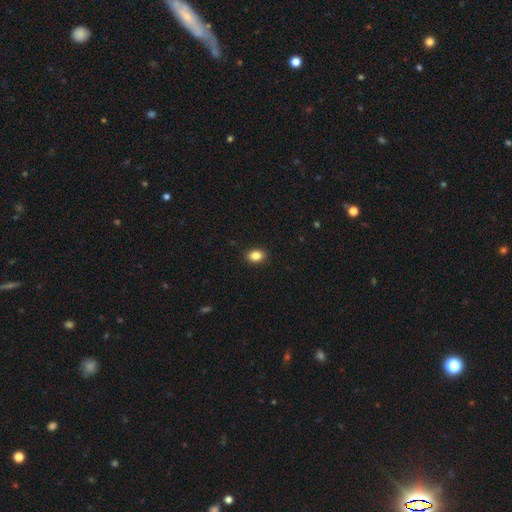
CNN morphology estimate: The model was most divided on "how rounded": in between: 67%, round: 32%, cigar-shaped: 1%. More confident: merging — none (90%); smooth or featured — smooth (86%).